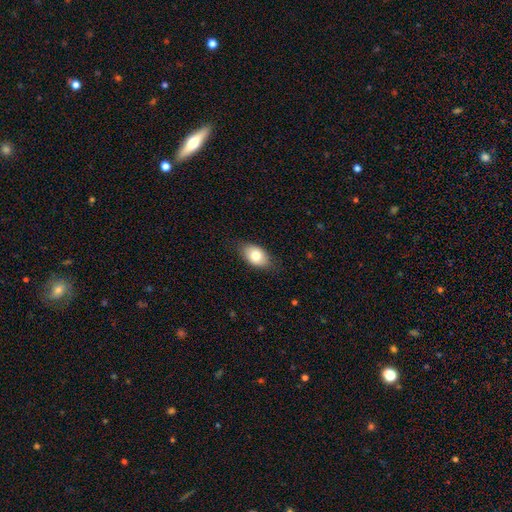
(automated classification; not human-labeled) Smooth or featured: smooth — 79% (featured or disk — 14%)
How rounded: in between — 89% (round — 10%)
Merging: none — 81% (minor disturbance — 15%)